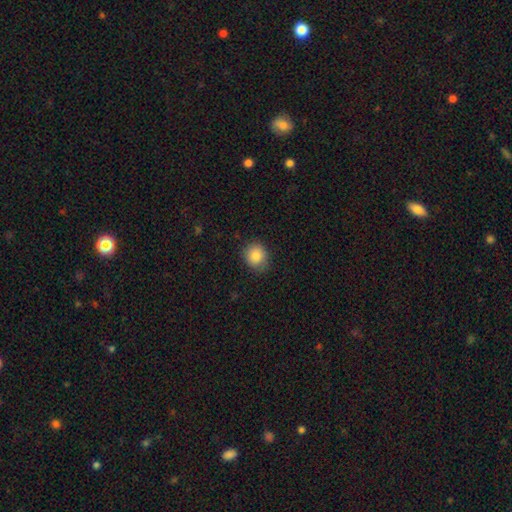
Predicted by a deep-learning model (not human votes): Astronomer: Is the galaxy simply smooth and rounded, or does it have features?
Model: smooth — 84%.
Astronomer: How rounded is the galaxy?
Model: round — 83%.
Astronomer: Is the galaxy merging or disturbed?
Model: none — 83%.